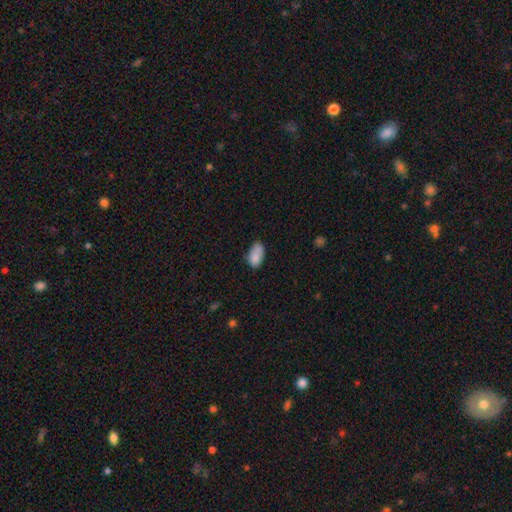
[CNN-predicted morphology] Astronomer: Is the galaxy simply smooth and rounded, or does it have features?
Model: smooth — 84%.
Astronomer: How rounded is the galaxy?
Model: in between — 93%.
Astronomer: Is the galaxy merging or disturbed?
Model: none — 56%.